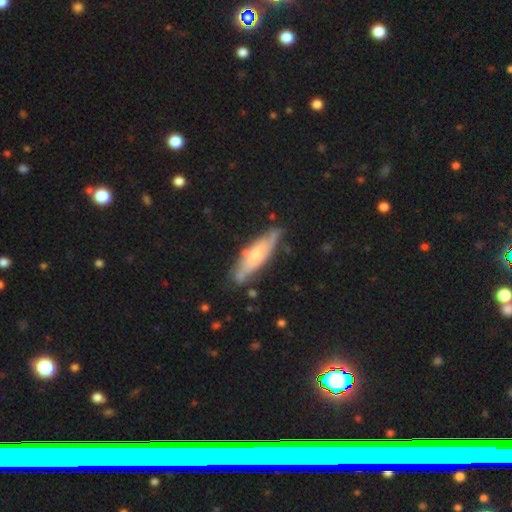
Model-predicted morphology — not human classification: Smooth or featured?
  - featured or disk: 51% *
  - smooth: 43%
  - star or artifact: 6%
Edge-on disk?
  - yes: 51% *
  - no: 49%
Merging?
  - none: 74% *
  - minor disturbance: 19%
  - major disturbance: 4%
  - merger: 3%